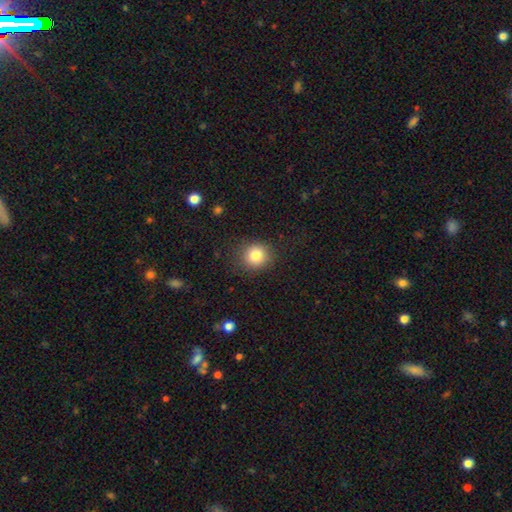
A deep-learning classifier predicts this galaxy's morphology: smooth_or_featured: smooth (p=0.82) [alt: star or artifact p=0.11]
how_rounded: round (p=0.86) [alt: in between p=0.13]
merging: none (p=0.86) [alt: minor disturbance p=0.09]